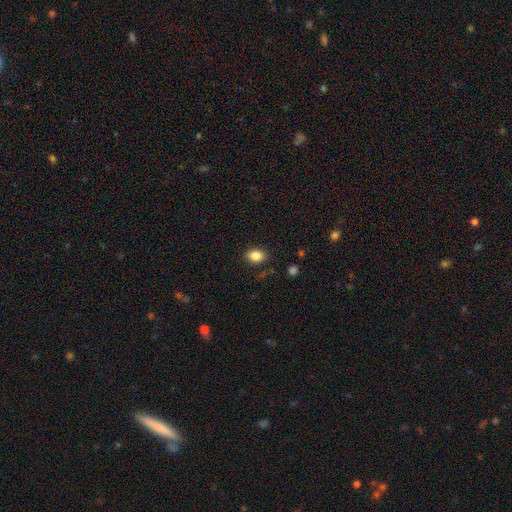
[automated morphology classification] smooth_or_featured: smooth (p=0.85) [alt: star or artifact p=0.09]
how_rounded: in between (p=0.71) [alt: round p=0.28]
merging: none (p=0.86) [alt: minor disturbance p=0.10]